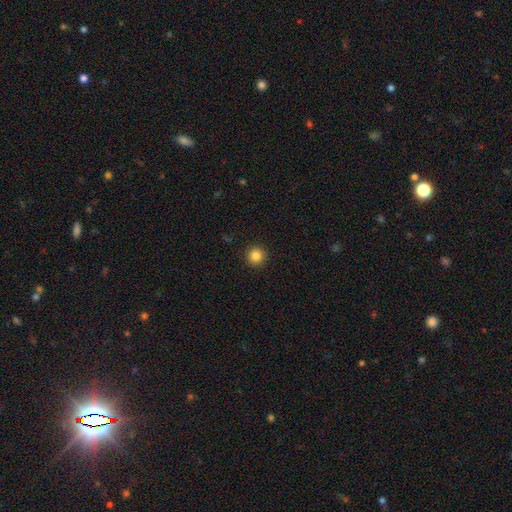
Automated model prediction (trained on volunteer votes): The model was most divided on "smooth or featured": smooth: 85%, star or artifact: 11%, featured or disk: 4%. More confident: how rounded — round (95%); merging — none (93%).